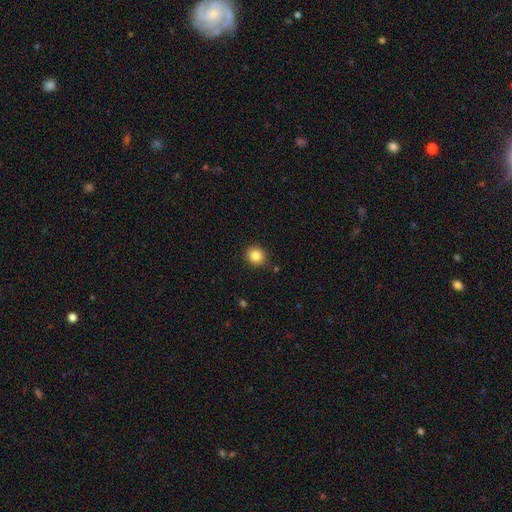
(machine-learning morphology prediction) This appears to be a smooth galaxy with no disk features (84%) that is round (89%). Merging: none (88%).